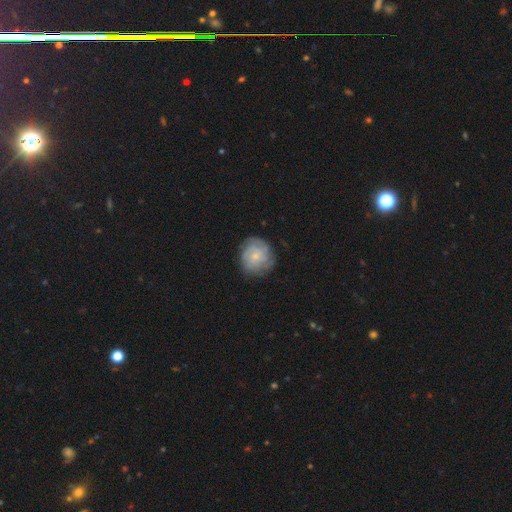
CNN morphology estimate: Smooth or featured? Predicted: featured or disk (p=0.69). Edge-on disk? Predicted: no (p=0.98). Bar? Predicted: no (p=0.73). Spiral arms? Predicted: yes (p=0.93). Spiral winding? Predicted: tight (p=0.68). Spiral arm count? Predicted: can't tell (p=0.36). Bulge size? Predicted: small (p=0.69). Merging? Predicted: none (p=0.79).